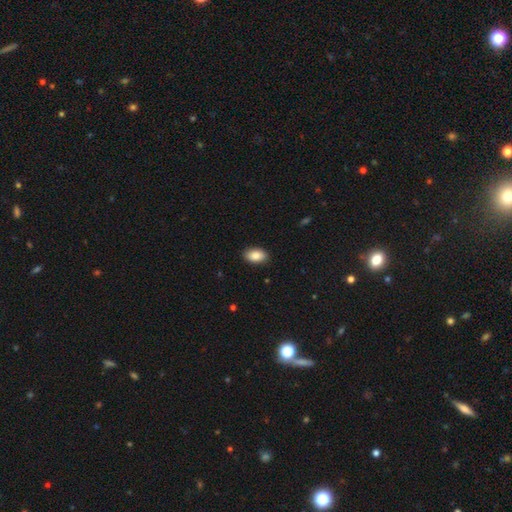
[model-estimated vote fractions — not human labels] Smooth or featured? Predicted: smooth (p=0.87). How rounded? Predicted: in between (p=0.92). Merging? Predicted: none (p=0.89).